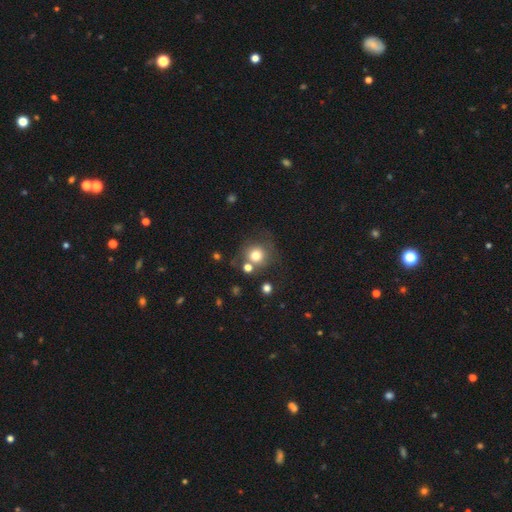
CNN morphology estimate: type=smooth (75%); roundness=round (91%); merging=none (65%).